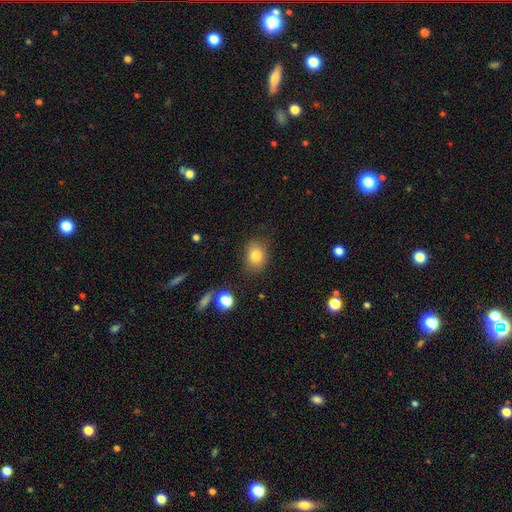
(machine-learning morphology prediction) smooth 80%, star or artifact 11%, featured or disk 9%. Down the decision tree: how rounded — round (51%); merging — none (82%).